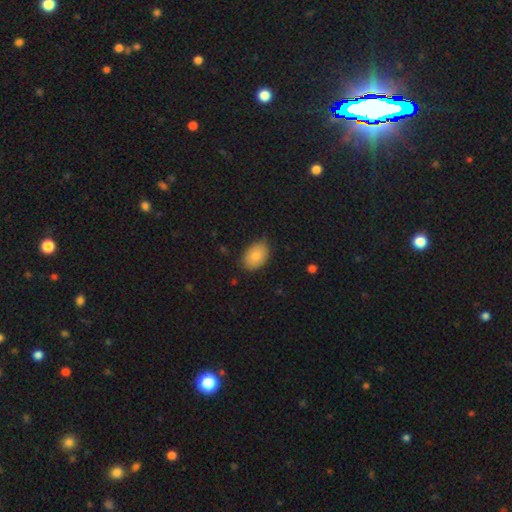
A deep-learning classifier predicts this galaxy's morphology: smooth-or-featured: smooth: 82% | featured or disk: 11% | star or artifact: 7%
  how-rounded: in between: 83% | round: 16% | cigar-shaped: 1%
  merging: none: 77% | minor disturbance: 19% | major disturbance: 3% | merger: 1%